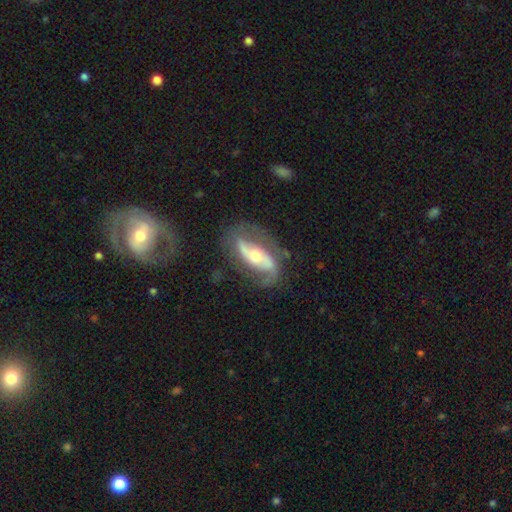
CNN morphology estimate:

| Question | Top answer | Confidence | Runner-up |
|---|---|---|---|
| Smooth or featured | featured or disk | 81% | smooth (14%) |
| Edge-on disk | no | 91% | yes (9%) |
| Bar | no | 38% | strong (34%) |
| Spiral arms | yes | 86% | no (14%) |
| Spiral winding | medium | 41% | loose (39%) |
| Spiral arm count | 2 | 83% | can't tell (7%) |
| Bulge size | moderate | 65% | small (26%) |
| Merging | none | 66% | minor disturbance (19%) |